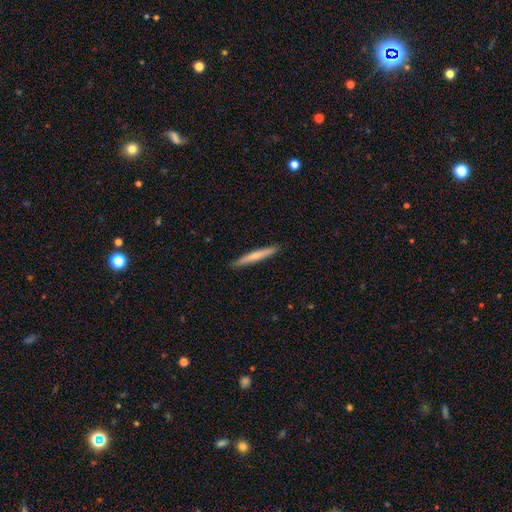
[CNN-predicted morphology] Q: Smooth or featured?
A: smooth (65%); runner-up: featured or disk (29%)
Q: How rounded?
A: cigar-shaped (96%); runner-up: in between (3%)
Q: Merging?
A: none (91%); runner-up: minor disturbance (7%)